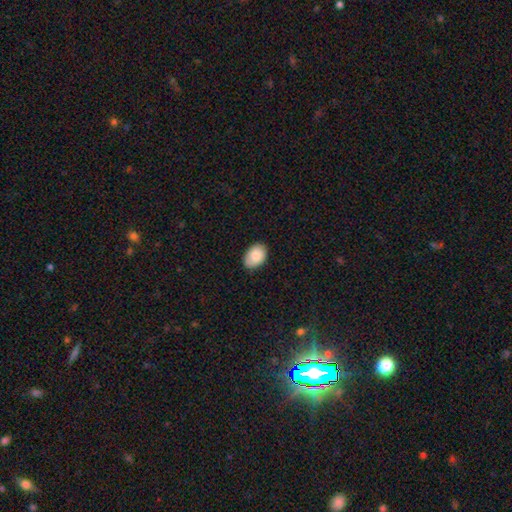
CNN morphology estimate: Q: Smooth or featured?
A: smooth (88%); runner-up: star or artifact (6%)
Q: How rounded?
A: in between (87%); runner-up: round (12%)
Q: Merging?
A: none (84%); runner-up: minor disturbance (13%)